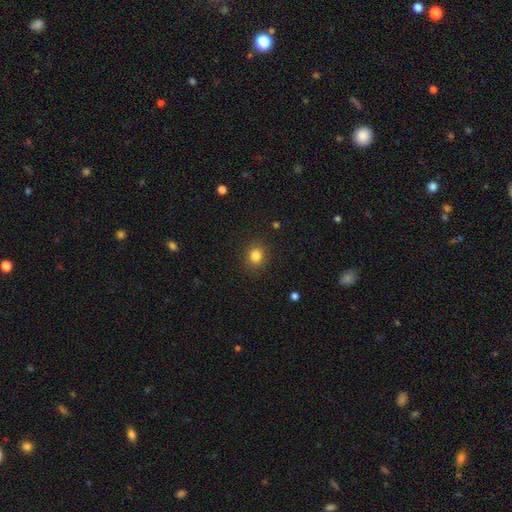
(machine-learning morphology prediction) Smooth or featured? Predicted: smooth (p=0.83). How rounded? Predicted: round (p=0.84). Merging? Predicted: none (p=0.90).